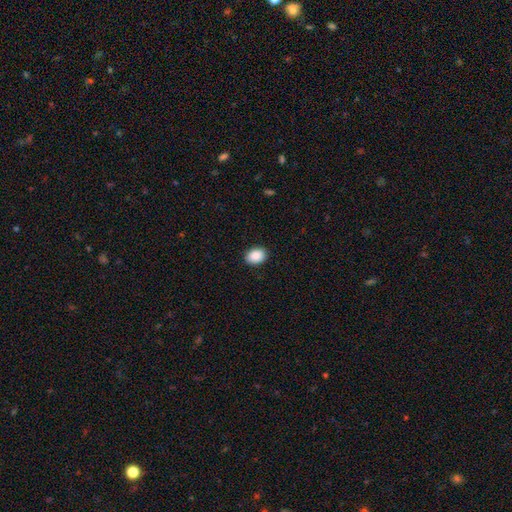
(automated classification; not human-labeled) Smooth or featured: smooth — 89% (star or artifact — 7%)
How rounded: in between — 73% (round — 27%)
Merging: none — 90% (minor disturbance — 7%)